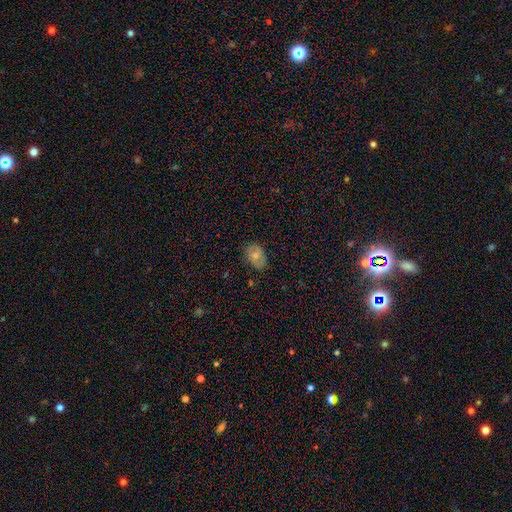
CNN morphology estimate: smooth-or-featured: smooth: 67% | featured or disk: 24% | star or artifact: 9%
  how-rounded: in between: 80% | round: 19% | cigar-shaped: 1%
  merging: none: 75% | minor disturbance: 20% | major disturbance: 4% | merger: 1%